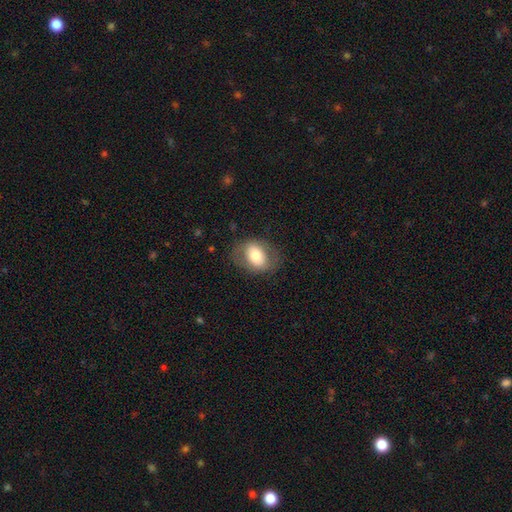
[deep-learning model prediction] Overall: smooth (64%; featured or disk 29%). How rounded: in between (71%). Merging: none (74%).